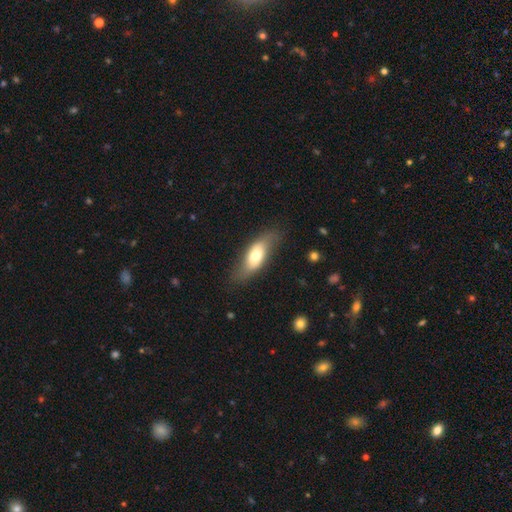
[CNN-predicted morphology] Smooth or featured? Predicted: smooth (p=0.61). How rounded? Predicted: in between (p=0.76). Merging? Predicted: none (p=0.71).